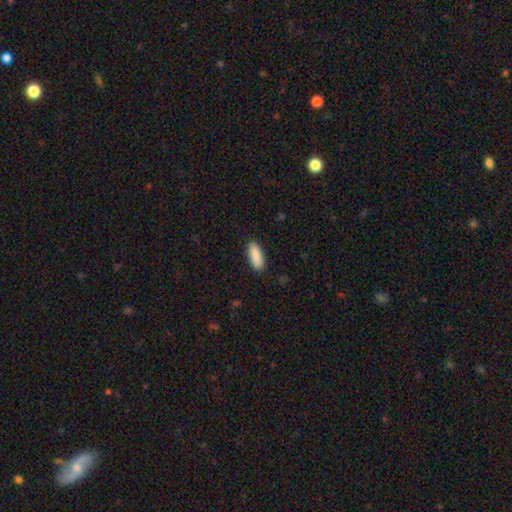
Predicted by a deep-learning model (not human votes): This appears to be a smooth galaxy with no disk features (90%) that is in between round and cigar-shaped (76%). Merging: none (89%).